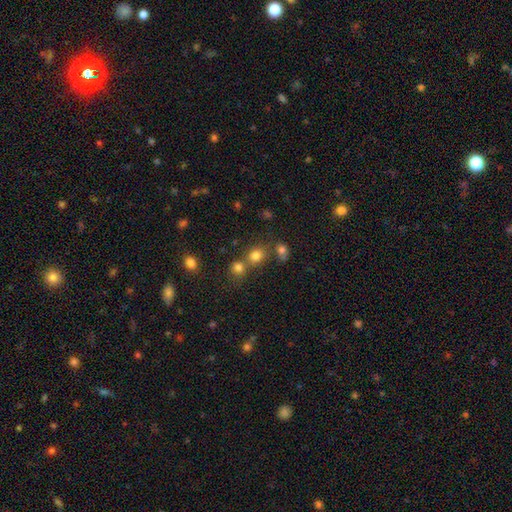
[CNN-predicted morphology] Smooth or featured? Predicted: smooth (p=0.75). How rounded? Predicted: round (p=0.73). Merging? Predicted: none (p=0.57).